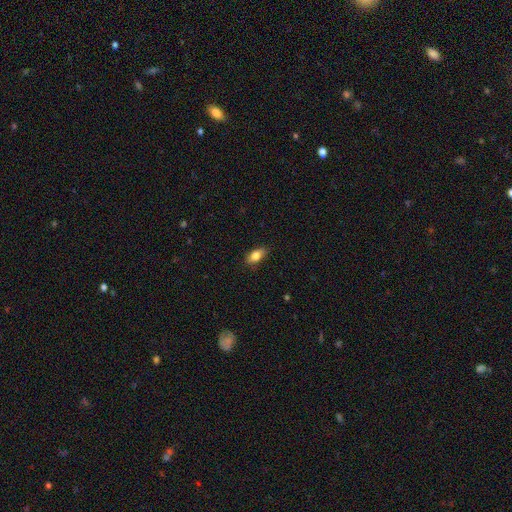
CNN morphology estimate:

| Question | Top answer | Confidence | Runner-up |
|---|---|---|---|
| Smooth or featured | smooth | 82% | featured or disk (11%) |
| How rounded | in between | 87% | cigar-shaped (7%) |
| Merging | none | 83% | minor disturbance (14%) |